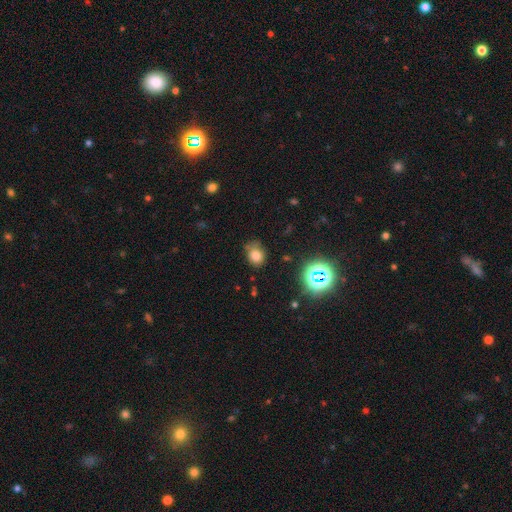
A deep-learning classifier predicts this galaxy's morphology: type=smooth (75%); roundness=round (55%); merging=none (64%).